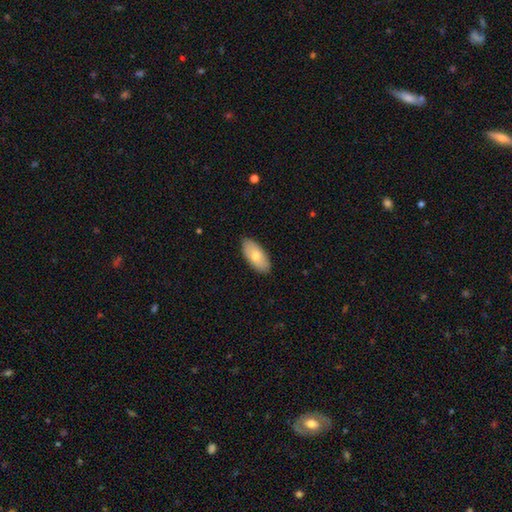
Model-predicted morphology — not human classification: This is likely a smooth galaxy (73%). How rounded: clearly in between (91%). Merging: clearly none (87%).